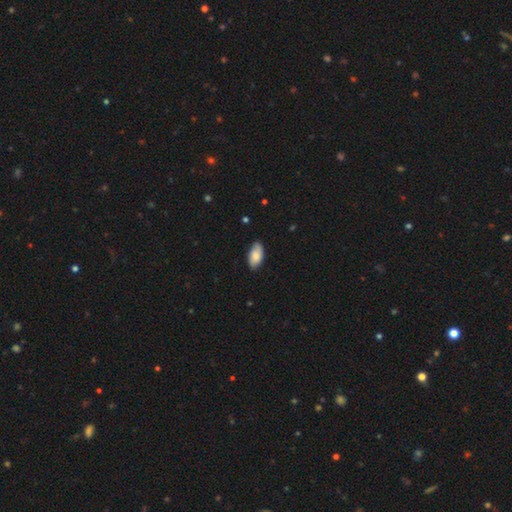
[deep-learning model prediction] Smooth or featured?
  - smooth: 76% *
  - featured or disk: 17%
  - star or artifact: 6%
How rounded?
  - in between: 94% *
  - cigar-shaped: 3%
  - round: 2%
Merging?
  - none: 81% *
  - minor disturbance: 16%
  - major disturbance: 2%
  - merger: 1%